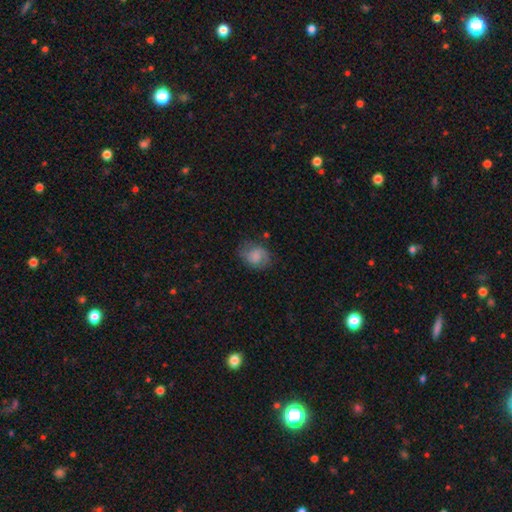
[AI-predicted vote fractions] Smooth or featured? Predicted: smooth (p=0.63). How rounded? Predicted: in between (p=0.55). Merging? Predicted: none (p=0.59).